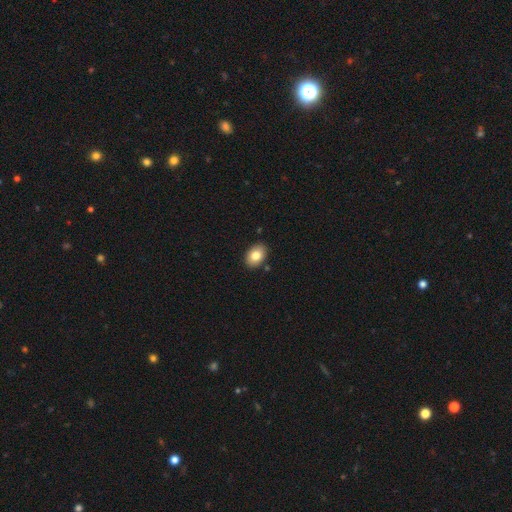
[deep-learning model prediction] smooth-or-featured: smooth: 81% | featured or disk: 11% | star or artifact: 8%
  how-rounded: in between: 80% | round: 19% | cigar-shaped: 1%
  merging: none: 88% | minor disturbance: 8% | merger: 2% | major disturbance: 2%